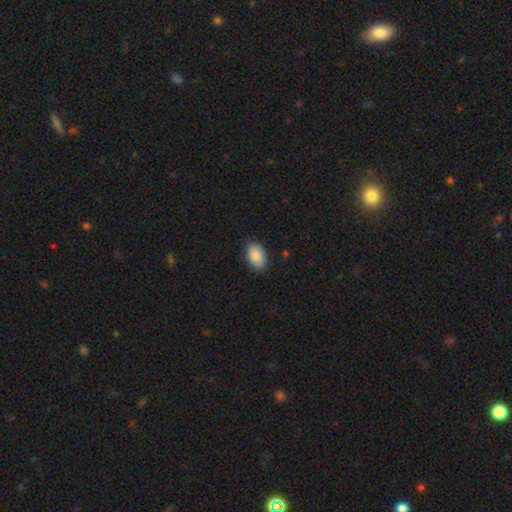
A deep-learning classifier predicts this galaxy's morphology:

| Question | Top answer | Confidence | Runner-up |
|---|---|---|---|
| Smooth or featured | smooth | 86% | featured or disk (7%) |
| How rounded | in between | 92% | round (7%) |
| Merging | none | 85% | minor disturbance (11%) |